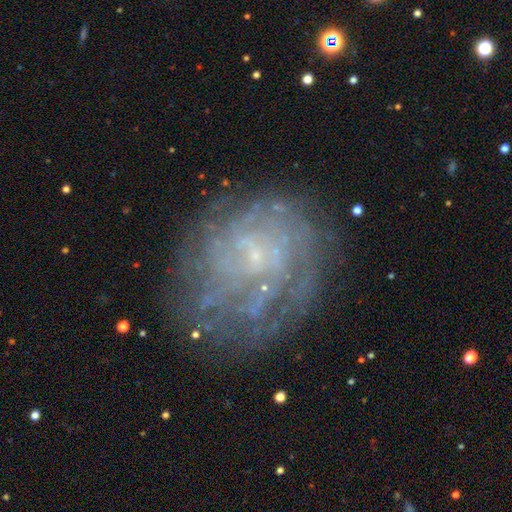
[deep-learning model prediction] The model was most divided on "spiral arms": yes: 61%, no: 39%. More confident: edge-on disk — no (98%); smooth or featured — featured or disk (69%); bar — no (68%); merging — none (66%); bulge size — small (60%).